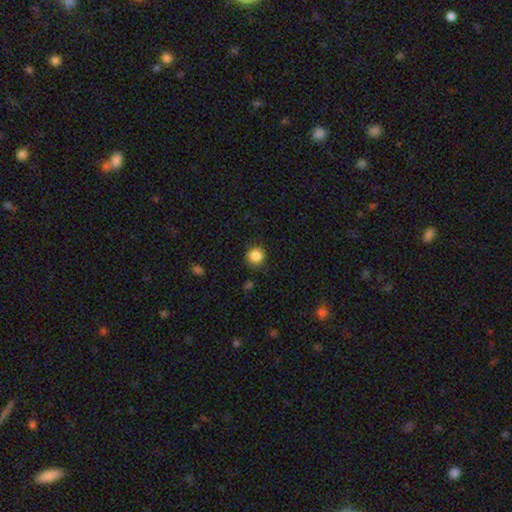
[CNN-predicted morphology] smooth 86%, star or artifact 11%, featured or disk 3%. Down the decision tree: how rounded — round (92%); merging — none (86%).